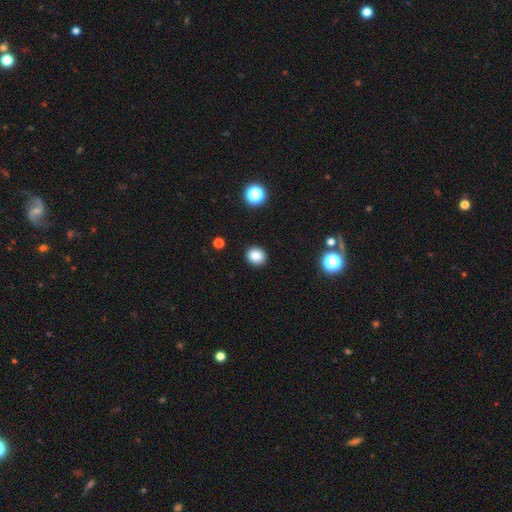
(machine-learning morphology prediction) A smooth galaxy with no disk features (85%) that is round (76%). Merging: none (90%).